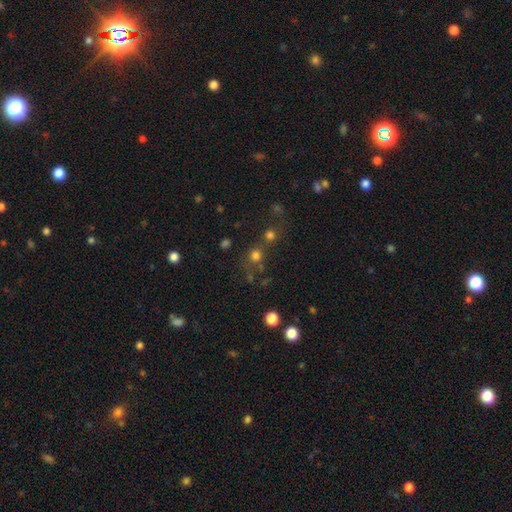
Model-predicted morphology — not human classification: A smooth galaxy with no disk features (69%) that is round (87%). Merging: none (57%).